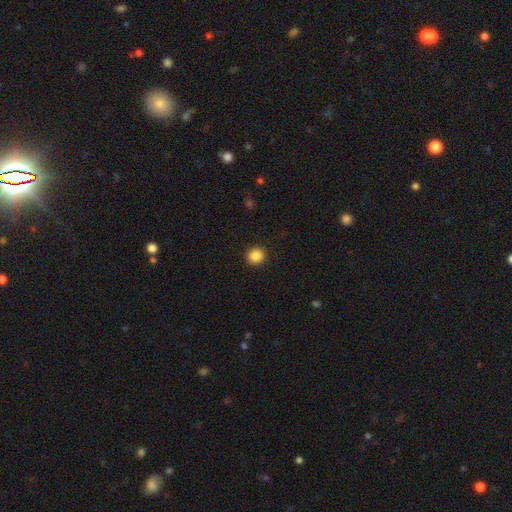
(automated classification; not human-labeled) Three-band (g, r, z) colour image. It shows a smooth galaxy with no disk features (87%) that is round (92%). Merging: none (93%).